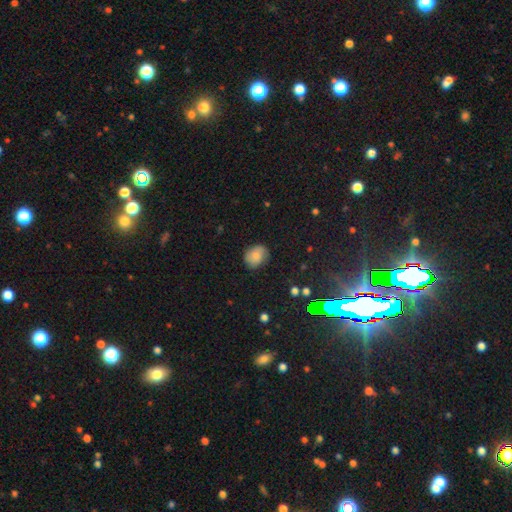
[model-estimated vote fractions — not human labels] smooth_or_featured: smooth (p=0.70) [alt: featured or disk p=0.21]
how_rounded: round (p=0.59) [alt: in between p=0.40]
merging: none (p=0.77) [alt: minor disturbance p=0.18]